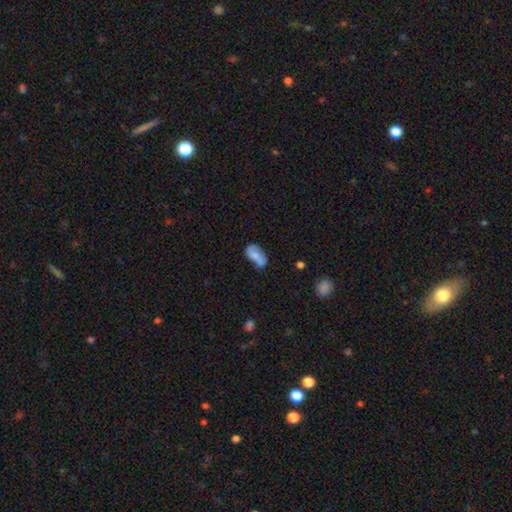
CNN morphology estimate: Smooth or featured: smooth — 63% (featured or disk — 29%)
How rounded: in between — 90% (round — 7%)
Merging: none — 40% (minor disturbance — 28%)